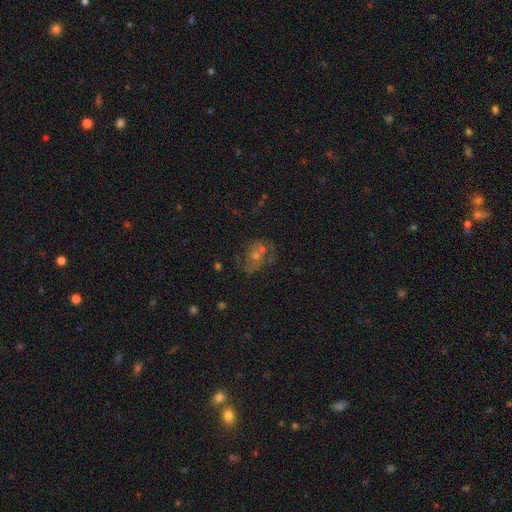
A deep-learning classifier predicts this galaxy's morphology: Smooth or featured? Predicted: featured or disk (p=0.48). Merging? Predicted: none (p=0.51).